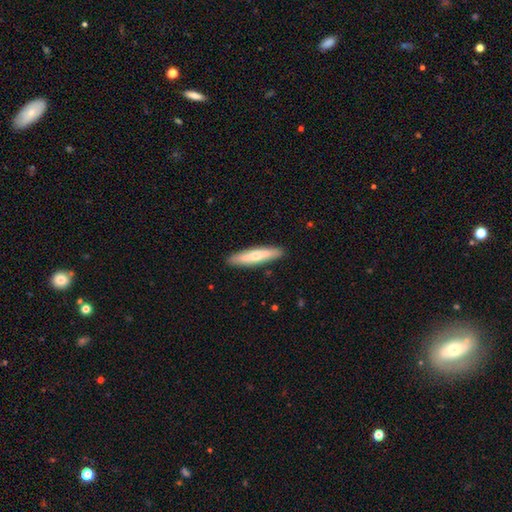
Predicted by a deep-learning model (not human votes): Smooth or featured?
  - smooth: 58% *
  - featured or disk: 37%
  - star or artifact: 5%
How rounded?
  - cigar-shaped: 85% *
  - in between: 13%
  - round: 2%
Merging?
  - none: 90% *
  - minor disturbance: 8%
  - major disturbance: 2%
  - merger: 1%